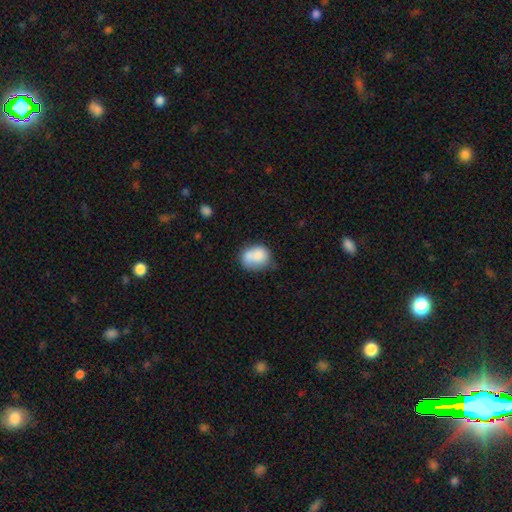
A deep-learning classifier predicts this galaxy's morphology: Smooth or featured? Predicted: smooth (p=0.76). How rounded? Predicted: round (p=0.51). Merging? Predicted: none (p=0.36).